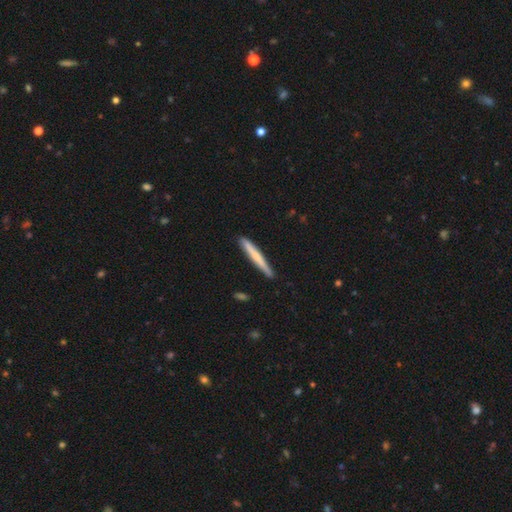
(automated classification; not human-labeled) smooth_or_featured: smooth (p=0.56) [alt: featured or disk p=0.39]
how_rounded: cigar-shaped (p=0.96) [alt: in between p=0.03]
merging: none (p=0.88) [alt: minor disturbance p=0.09]